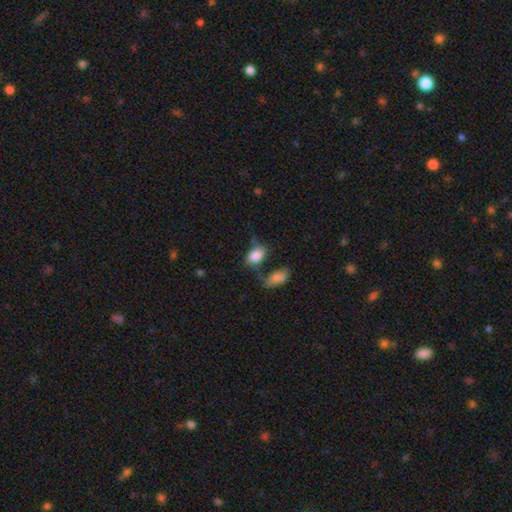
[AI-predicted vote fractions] smooth-or-featured: smooth: 78% | featured or disk: 13% | star or artifact: 8%
  how-rounded: in between: 79% | round: 19% | cigar-shaped: 2%
  merging: none: 40% | minor disturbance: 24% | merger: 22% | major disturbance: 15%